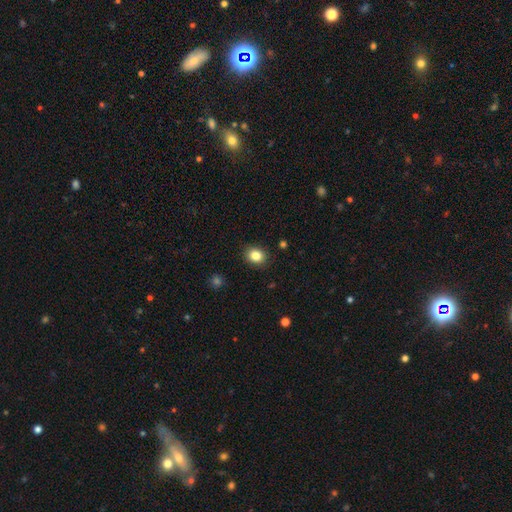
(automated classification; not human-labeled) Smooth or featured?
  - smooth: 84% *
  - star or artifact: 10%
  - featured or disk: 6%
How rounded?
  - round: 54% *
  - in between: 45%
  - cigar-shaped: 1%
Merging?
  - none: 89% *
  - minor disturbance: 8%
  - major disturbance: 2%
  - merger: 1%